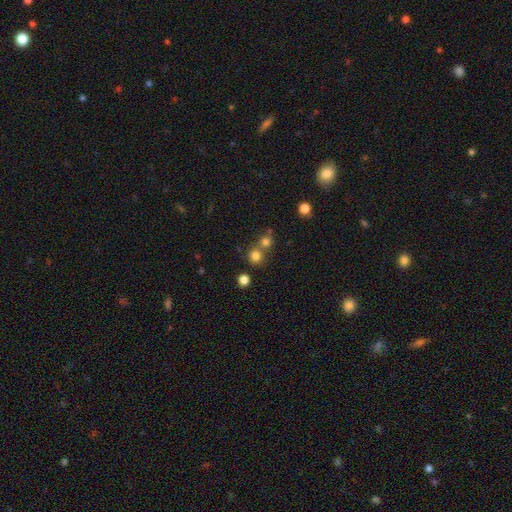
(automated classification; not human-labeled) Overall: smooth (76%). How rounded: round (91%). Merging: none (61%; merger 30%).